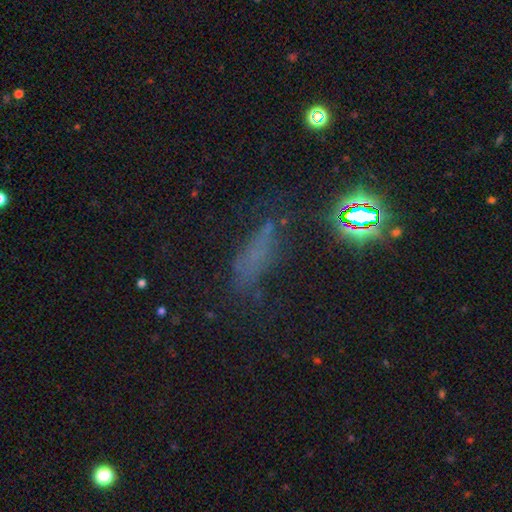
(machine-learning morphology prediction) Overall: smooth (43%; star or artifact 38%). Merging: none (54%; minor disturbance 23%).